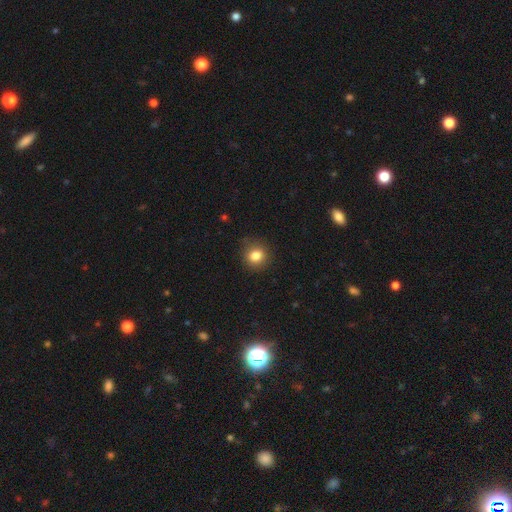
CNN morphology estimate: type=smooth (83%); roundness=round (86%); merging=none (85%).